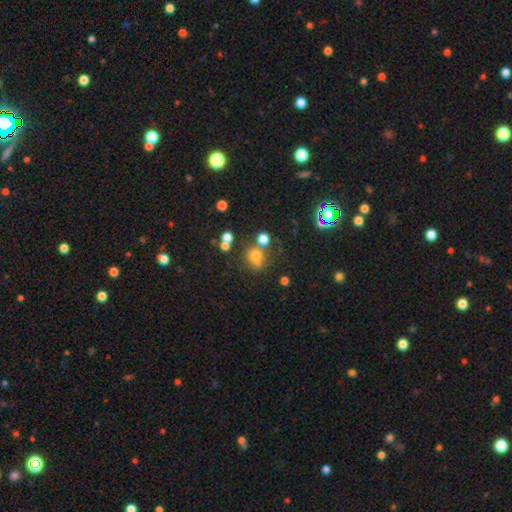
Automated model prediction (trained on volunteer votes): Smooth or featured? Predicted: smooth (p=0.65). How rounded? Predicted: round (p=0.75). Merging? Predicted: none (p=0.52).